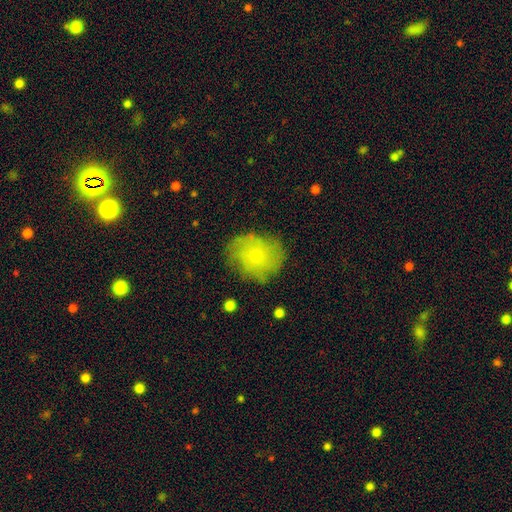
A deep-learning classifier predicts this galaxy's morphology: type=smooth (55%); roundness=round (70%); merging=none (73%).